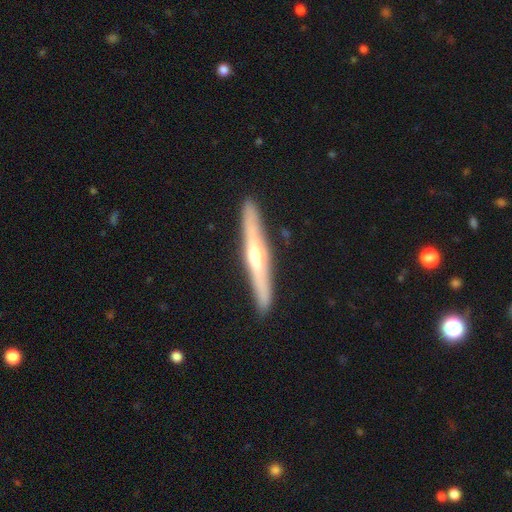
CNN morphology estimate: Overall: featured or disk (69%). Edge-on disk: yes (96%). Edge-on bulge: rounded (83%). Merging: none (90%).